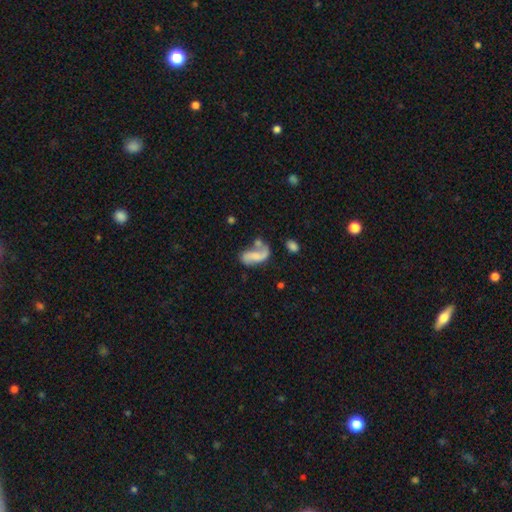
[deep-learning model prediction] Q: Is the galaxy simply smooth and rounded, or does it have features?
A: featured or disk — 63%.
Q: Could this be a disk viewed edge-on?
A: no — 97%.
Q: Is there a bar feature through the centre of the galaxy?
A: no — 53%.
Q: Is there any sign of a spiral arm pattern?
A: yes — 85%.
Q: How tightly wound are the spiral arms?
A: loose — 70%.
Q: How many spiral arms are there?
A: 2 — 77%.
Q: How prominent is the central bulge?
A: none — 56%.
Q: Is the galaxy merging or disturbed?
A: none — 36%.